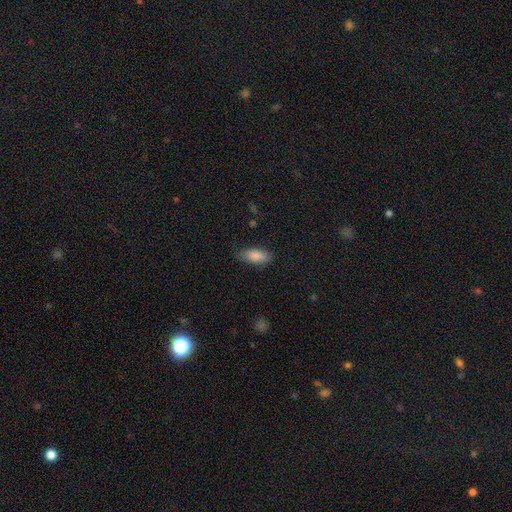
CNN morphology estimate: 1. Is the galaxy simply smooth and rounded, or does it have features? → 86% smooth, 7% featured or disk, 7% star or artifact.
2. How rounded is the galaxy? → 86% in between, 12% cigar-shaped, 2% round.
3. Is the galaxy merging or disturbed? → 76% none, 19% minor disturbance, 4% major disturbance, 1% merger.